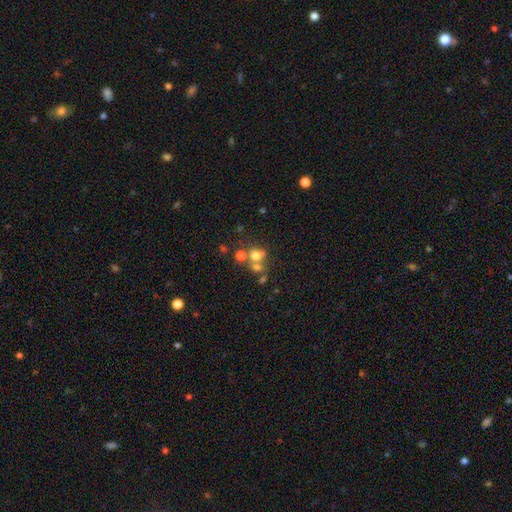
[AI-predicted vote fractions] smooth-or-featured: smooth: 63% | featured or disk: 19% | star or artifact: 18%
  how-rounded: round: 71% | in between: 28% | cigar-shaped: 1%
  merging: merger: 41% (tied) | none: 41% (tied) | minor disturbance: 10% | major disturbance: 8%